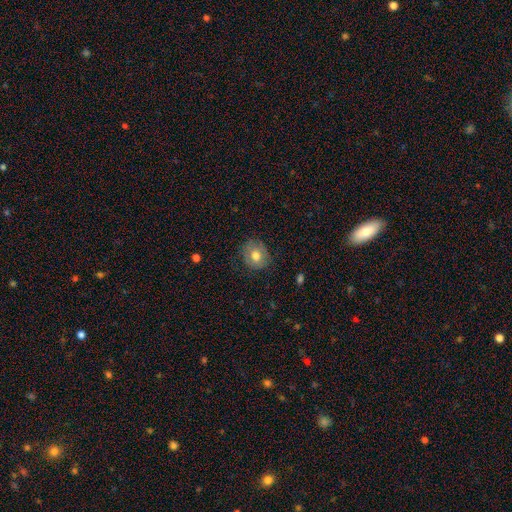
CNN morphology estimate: Smooth or featured?
  - smooth: 72% *
  - featured or disk: 19%
  - star or artifact: 9%
How rounded?
  - round: 78% *
  - in between: 21%
  - cigar-shaped: 1%
Merging?
  - none: 80% *
  - minor disturbance: 15%
  - major disturbance: 4%
  - merger: 1%